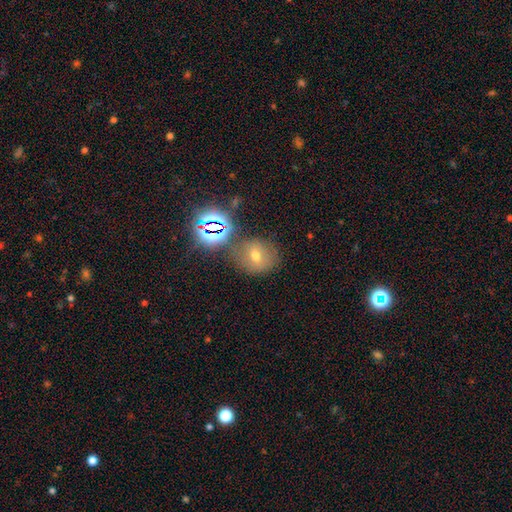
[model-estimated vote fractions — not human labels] The model was most divided on "smooth or featured": smooth: 44%, star or artifact: 34%, featured or disk: 21%. More confident: merging — none (70%).